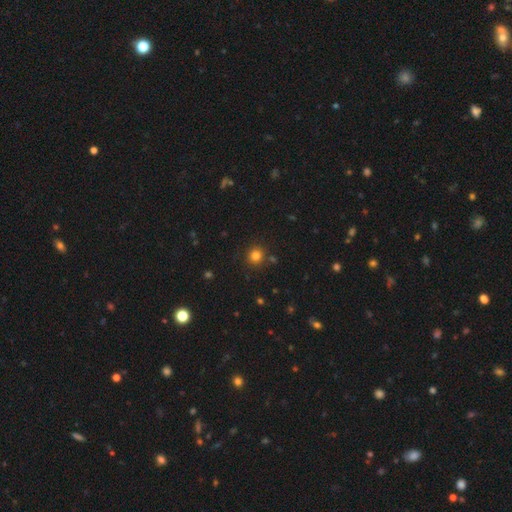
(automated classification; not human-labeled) A smooth galaxy with no disk features (81%) that is round (92%). Merging: none (86%).